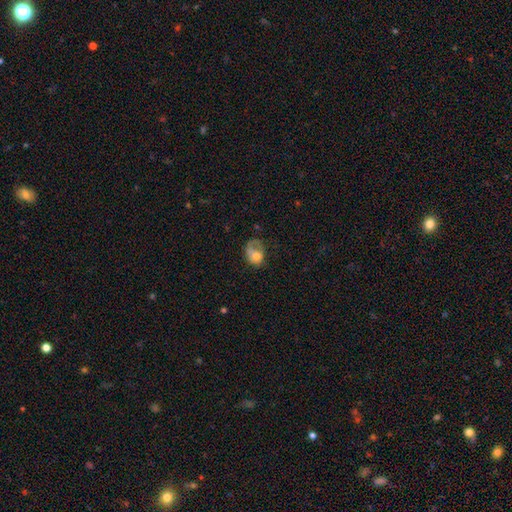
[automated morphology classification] Overall: smooth (59%; featured or disk 32%). How rounded: in between (65%; round 34%). Merging: major disturbance (43%; none 28%).